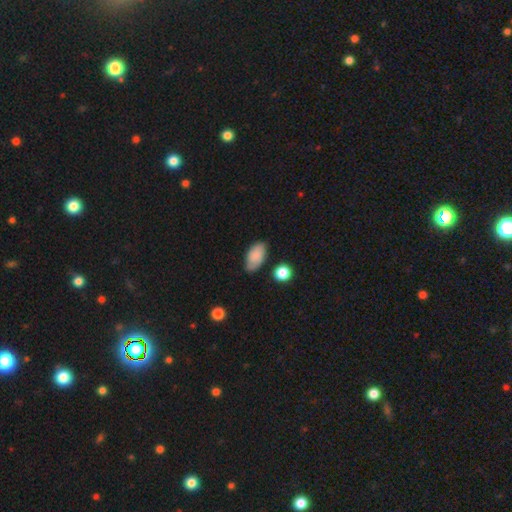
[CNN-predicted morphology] The model was most divided on "merging": none: 75%, minor disturbance: 18%, major disturbance: 4%, merger: 3%. More confident: how rounded — in between (93%); smooth or featured — smooth (82%).